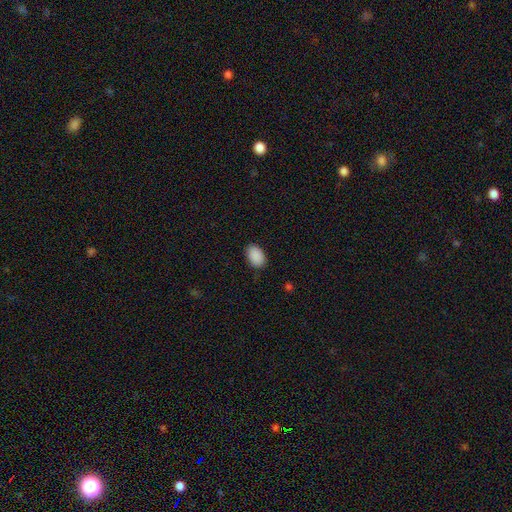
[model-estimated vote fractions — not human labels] This appears to be a smooth galaxy with no disk features (90%) that is in between round and cigar-shaped (89%). Merging: none (86%).